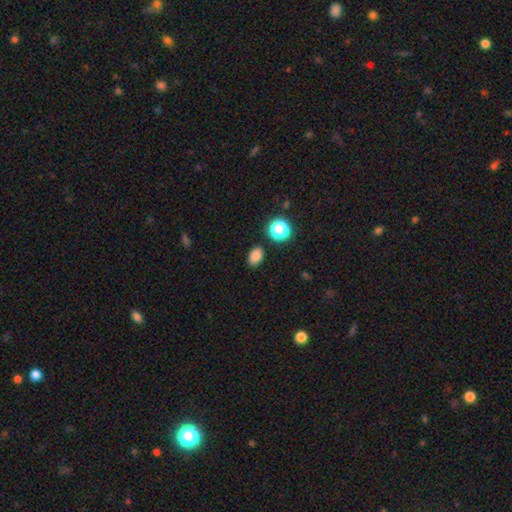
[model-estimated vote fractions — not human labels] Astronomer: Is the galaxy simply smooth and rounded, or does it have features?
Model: smooth — 83%.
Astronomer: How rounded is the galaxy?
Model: in between — 79%.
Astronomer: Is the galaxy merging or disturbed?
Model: none — 84%.